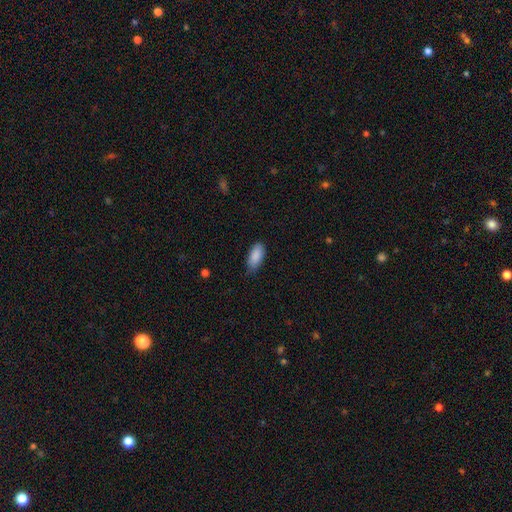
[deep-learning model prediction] A smooth galaxy with no disk features (89%) that is in between round and cigar-shaped (91%). Merging: none (73%).